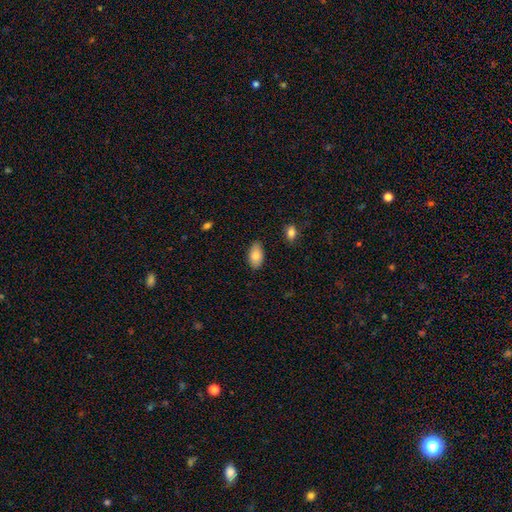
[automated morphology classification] This is clearly a smooth galaxy (85%). How rounded: clearly in between (94%). Merging: clearly none (84%).